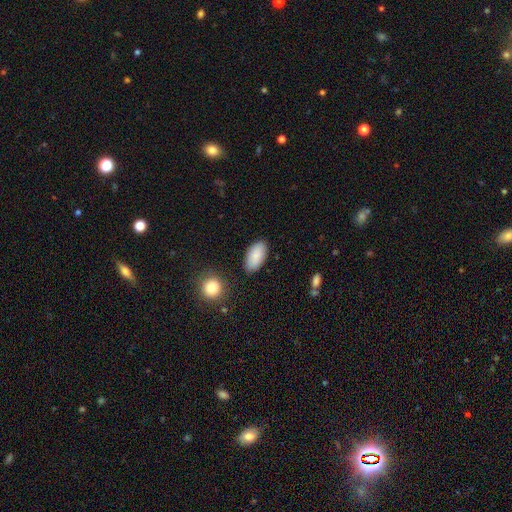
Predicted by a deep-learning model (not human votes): smooth 88%, featured or disk 6%, star or artifact 6%. Down the decision tree: how rounded — in between (94%); merging — none (84%).